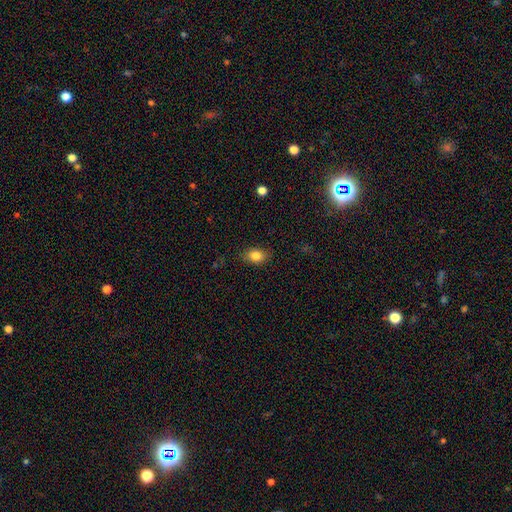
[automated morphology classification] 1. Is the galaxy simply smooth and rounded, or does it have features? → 84% smooth, 9% star or artifact, 7% featured or disk.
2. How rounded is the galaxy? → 76% in between, 23% round, 1% cigar-shaped.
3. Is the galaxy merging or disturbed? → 84% none, 12% minor disturbance, 3% major disturbance, 1% merger.